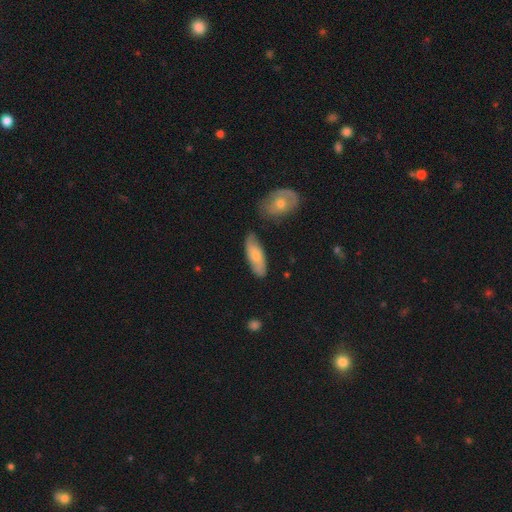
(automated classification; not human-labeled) Overall: smooth (64%; featured or disk 31%). How rounded: in between (69%). Merging: none (75%).